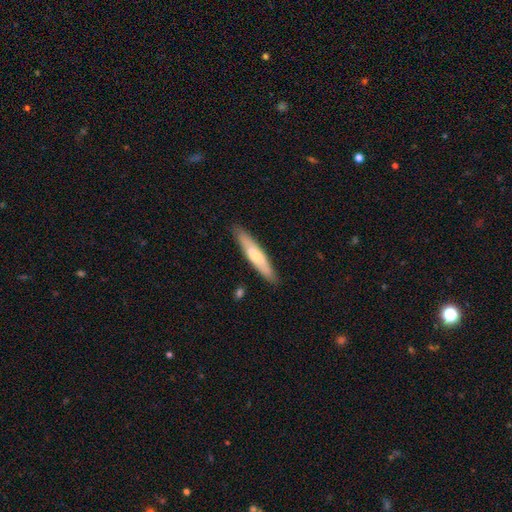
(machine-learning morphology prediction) Smooth or featured? Predicted: smooth (p=0.53). How rounded? Predicted: cigar-shaped (p=0.85). Merging? Predicted: none (p=0.86).